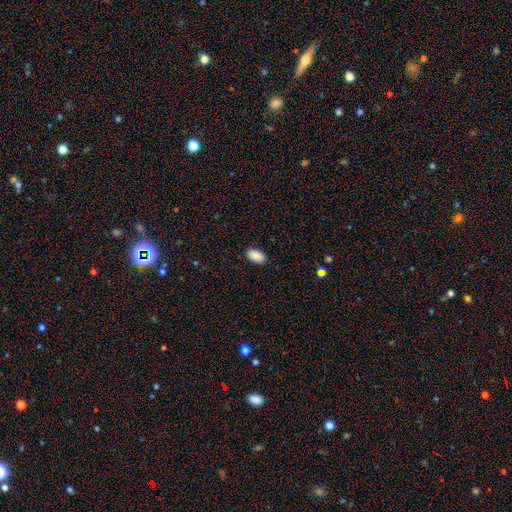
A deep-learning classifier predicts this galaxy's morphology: A smooth galaxy with no disk features (90%) that is in between round and cigar-shaped (94%).

Vote fractions:
- Smooth or featured? smooth: 90% / star or artifact: 7% / featured or disk: 3%
- How rounded? in between: 94% / round: 4% / cigar-shaped: 2%
- Merging? none: 88% / minor disturbance: 9% / major disturbance: 2% / merger: 1%